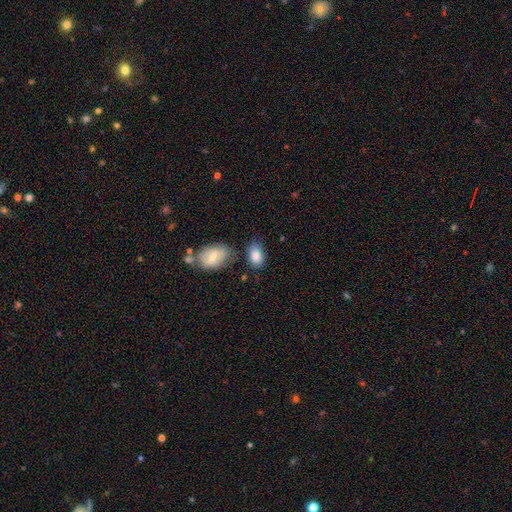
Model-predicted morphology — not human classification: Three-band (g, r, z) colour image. It shows a smooth galaxy with no disk features (84%) that is in between round and cigar-shaped (89%). Merging: none (64%).